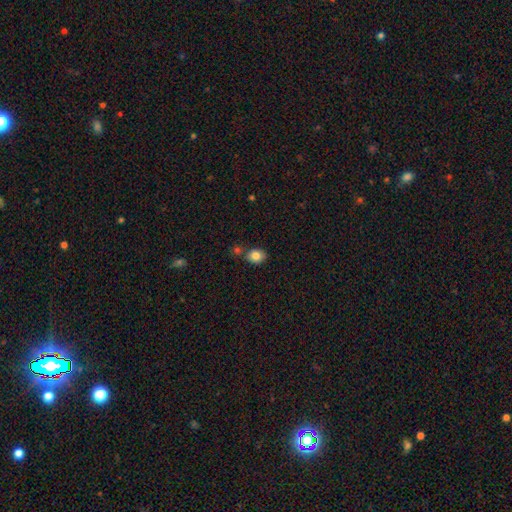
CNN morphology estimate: Smooth or featured?
  - smooth: 83% *
  - star or artifact: 9%
  - featured or disk: 8%
How rounded?
  - in between: 52% *
  - round: 47%
  - cigar-shaped: 1%
Merging?
  - none: 65% *
  - merger: 16%
  - minor disturbance: 15%
  - major disturbance: 4%